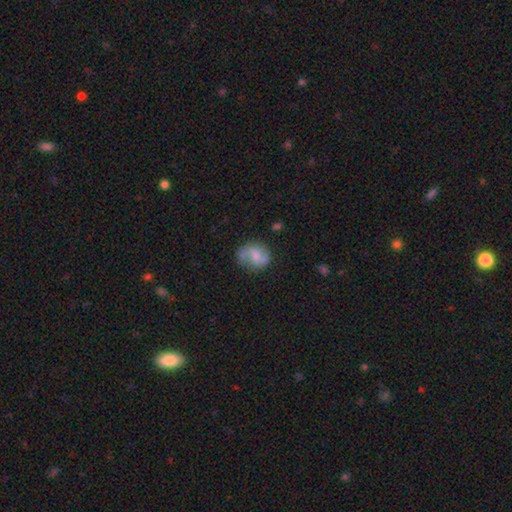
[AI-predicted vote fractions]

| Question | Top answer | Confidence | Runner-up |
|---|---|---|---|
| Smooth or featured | featured or disk | 58% | smooth (35%) |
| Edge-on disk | no | 98% | yes (2%) |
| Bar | no | 46% | weak (44%) |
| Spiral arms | yes | 84% | no (16%) |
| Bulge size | small | 38% | moderate (37%) |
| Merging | none | 62% | minor disturbance (22%) |